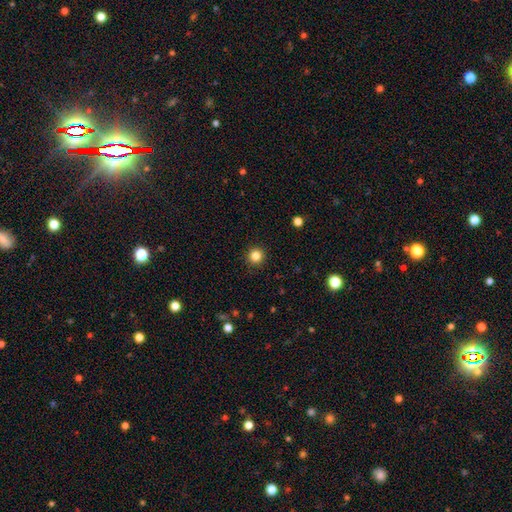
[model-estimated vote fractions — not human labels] A smooth galaxy with no disk features (84%) that is round (95%). Merging: none (92%).